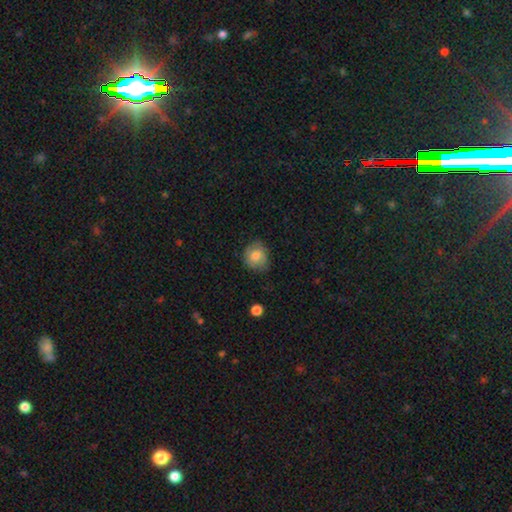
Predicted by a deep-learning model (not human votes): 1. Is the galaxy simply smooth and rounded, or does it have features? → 76% smooth, 16% featured or disk, 8% star or artifact.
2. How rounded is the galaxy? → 75% round, 24% in between, 1% cigar-shaped.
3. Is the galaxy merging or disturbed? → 69% none, 25% minor disturbance, 6% major disturbance, 1% merger.